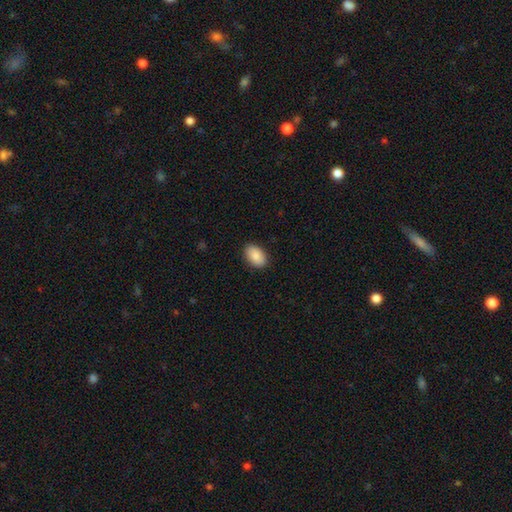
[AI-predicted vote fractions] This is clearly a smooth galaxy (88%). How rounded: clearly in between (90%). Merging: clearly none (89%).